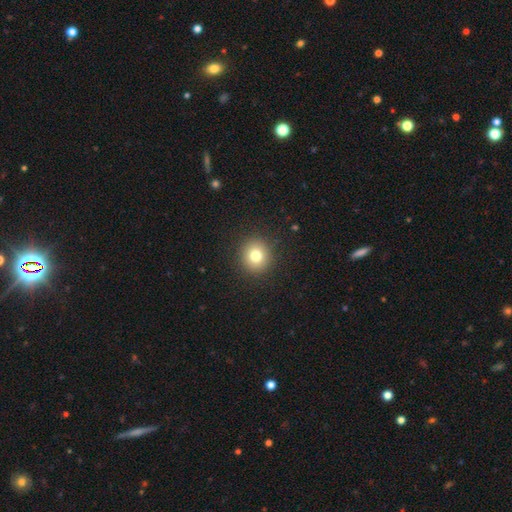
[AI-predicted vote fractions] This appears to be a smooth galaxy with no disk features (79%) that is round (90%). Merging: none (91%).